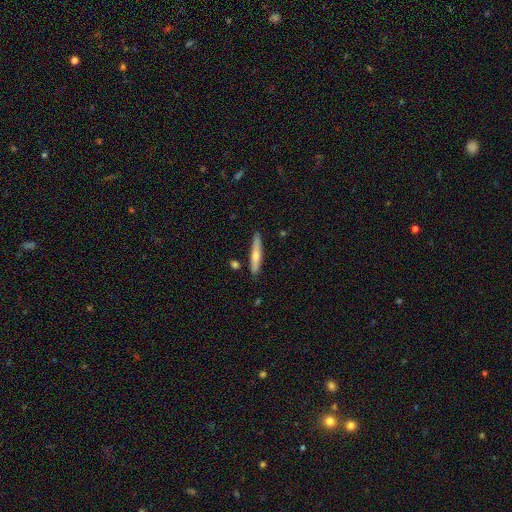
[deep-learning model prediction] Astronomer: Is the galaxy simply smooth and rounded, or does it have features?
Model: smooth — 61%.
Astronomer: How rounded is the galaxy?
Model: cigar-shaped — 90%.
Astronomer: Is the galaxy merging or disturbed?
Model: none — 84%.